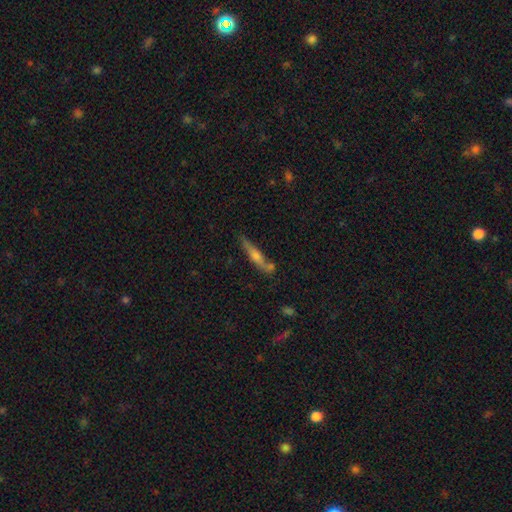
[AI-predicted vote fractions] A featured or disk galaxy (48%).

Vote fractions:
- Smooth or featured? featured or disk: 48% / smooth: 45% / star or artifact: 7%
- Merging? none: 68% / minor disturbance: 18% / merger: 10% / major disturbance: 5%